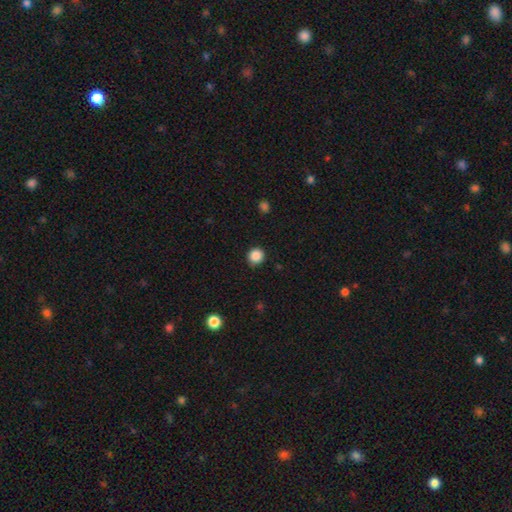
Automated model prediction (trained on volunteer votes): The model was most divided on "smooth or featured": smooth: 88%, star or artifact: 10%, featured or disk: 2%. More confident: how rounded — round (91%); merging — none (90%).